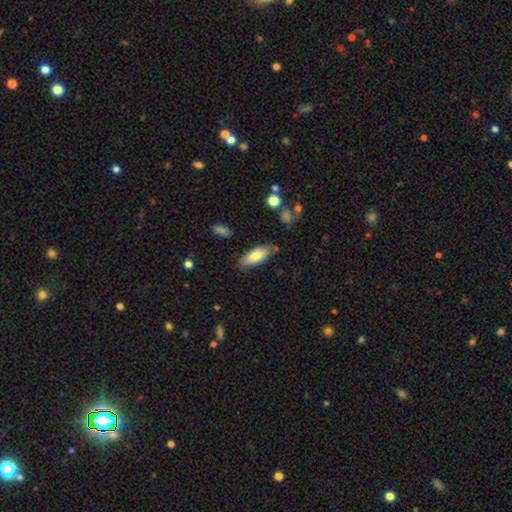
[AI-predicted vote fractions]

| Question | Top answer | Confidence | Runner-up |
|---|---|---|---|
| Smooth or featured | smooth | 74% | featured or disk (20%) |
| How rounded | in between | 72% | cigar-shaped (26%) |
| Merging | none | 78% | minor disturbance (16%) |